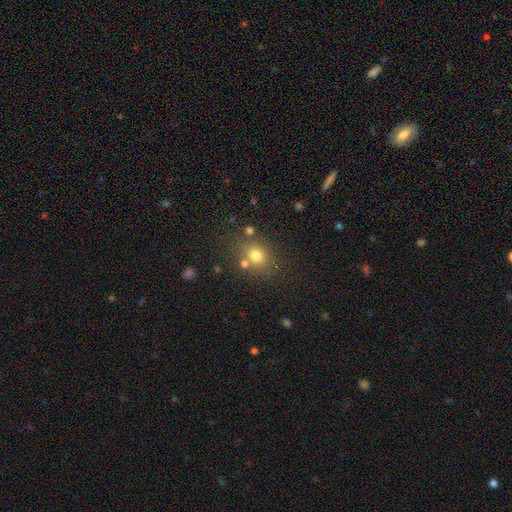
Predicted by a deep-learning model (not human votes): Morphology: type=smooth (75%); roundness=round (70%); merging=none (71%).